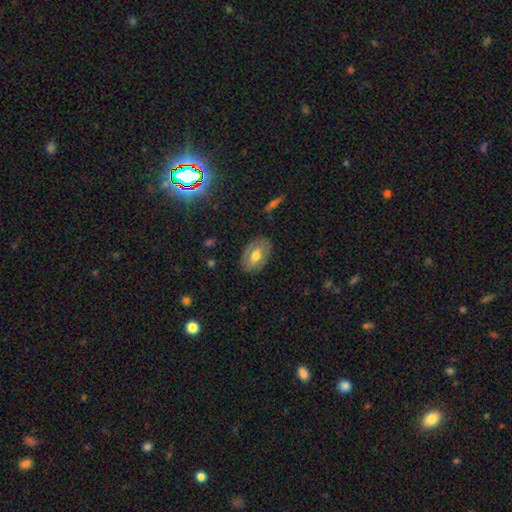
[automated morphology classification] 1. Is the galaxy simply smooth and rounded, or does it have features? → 55% smooth, 39% featured or disk, 7% star or artifact.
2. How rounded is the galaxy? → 87% in between, 11% round, 1% cigar-shaped.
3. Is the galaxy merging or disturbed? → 81% none, 14% minor disturbance, 4% major disturbance, 1% merger.